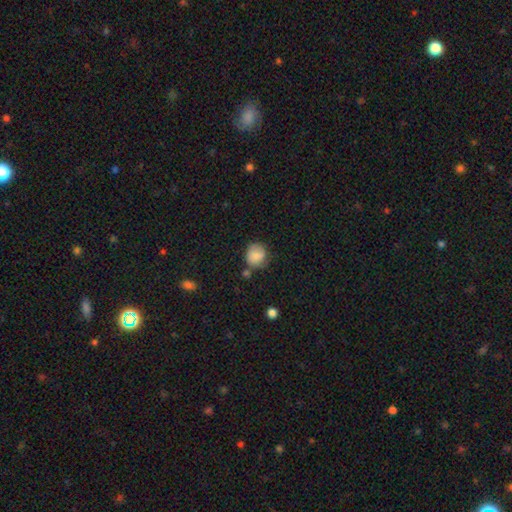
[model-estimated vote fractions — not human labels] Smooth or featured?
  - smooth: 79% *
  - featured or disk: 12%
  - star or artifact: 8%
How rounded?
  - round: 78% *
  - in between: 22%
  - cigar-shaped: 1%
Merging?
  - none: 59% *
  - minor disturbance: 26%
  - major disturbance: 8%
  - merger: 7%